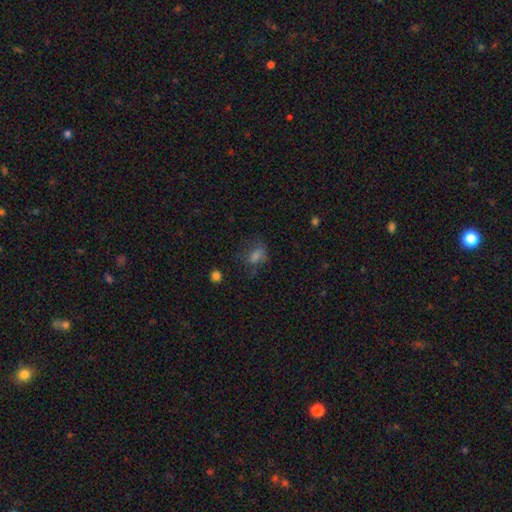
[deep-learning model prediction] Overall: smooth (56%; star or artifact 23%). How rounded: in between (65%; round 32%). Merging: none (52%; minor disturbance 23%).